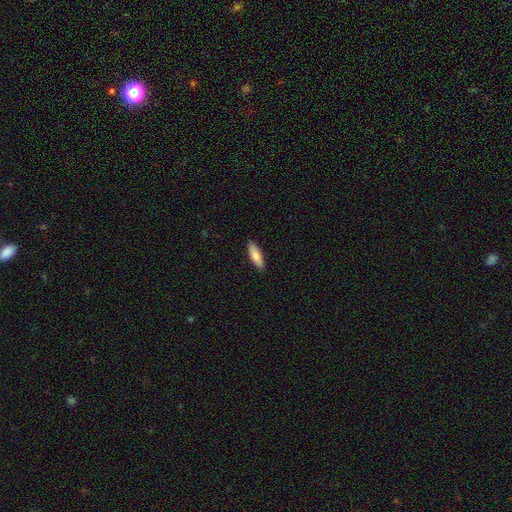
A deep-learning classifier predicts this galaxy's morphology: A smooth galaxy with no disk features (79%) that is in between round and cigar-shaped (59%). Merging: none (89%).